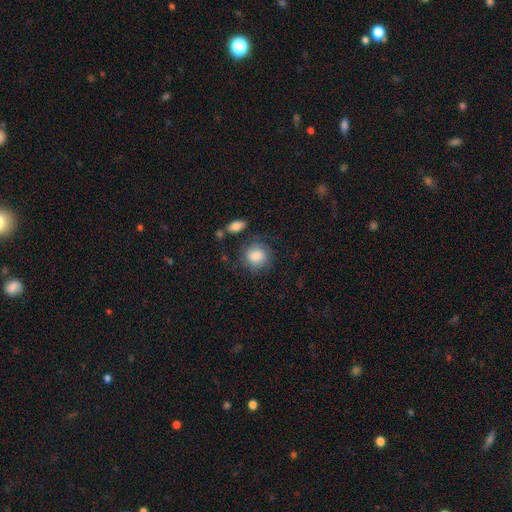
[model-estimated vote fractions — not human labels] This appears to be a smooth galaxy with no disk features (75%) that is round (81%). Merging: none (68%).